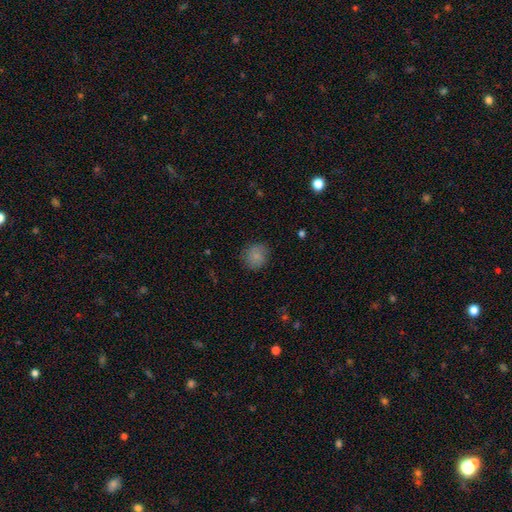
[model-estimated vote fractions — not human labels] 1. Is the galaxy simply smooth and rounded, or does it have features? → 83% smooth, 10% star or artifact, 7% featured or disk.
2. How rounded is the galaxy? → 84% round, 15% in between, 1% cigar-shaped.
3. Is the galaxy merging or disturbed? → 82% none, 14% minor disturbance, 4% major disturbance, 1% merger.